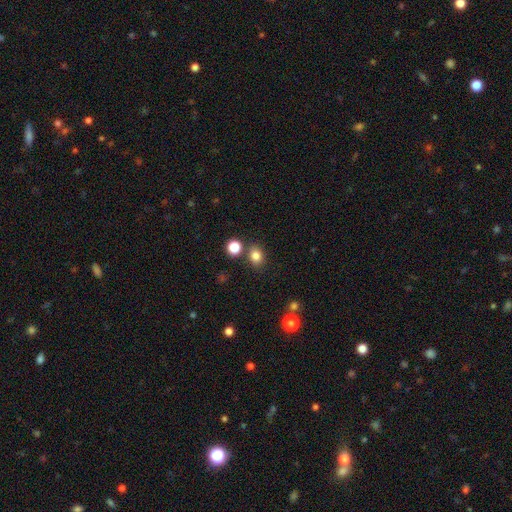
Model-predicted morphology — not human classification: A smooth galaxy with no disk features (82%) that is round (59%).

Vote fractions:
- Smooth or featured? smooth: 82% / star or artifact: 13% / featured or disk: 5%
- How rounded? round: 59% / in between: 40% / cigar-shaped: 1%
- Merging? none: 77% / minor disturbance: 10% / merger: 10% / major disturbance: 3%